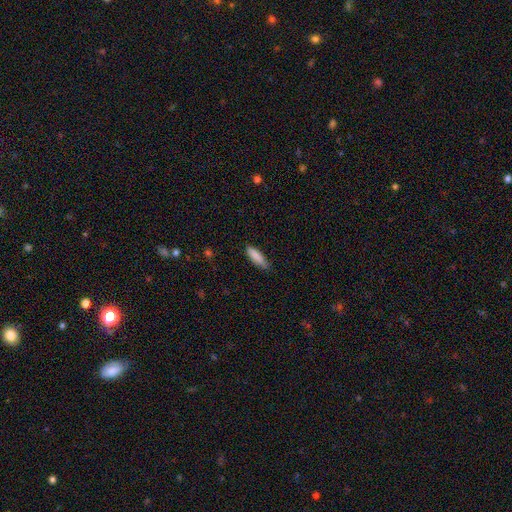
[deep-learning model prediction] This is clearly a smooth galaxy (87%). How rounded: possibly cigar-shaped (60%). Merging: likely none (76%).